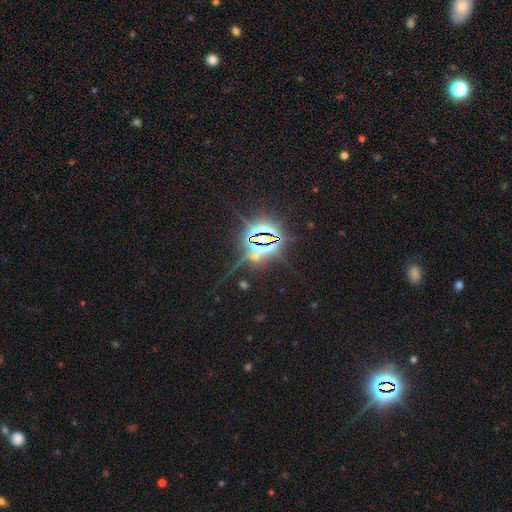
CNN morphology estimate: Q: Smooth or featured?
A: star or artifact (85%); runner-up: featured or disk (8%)